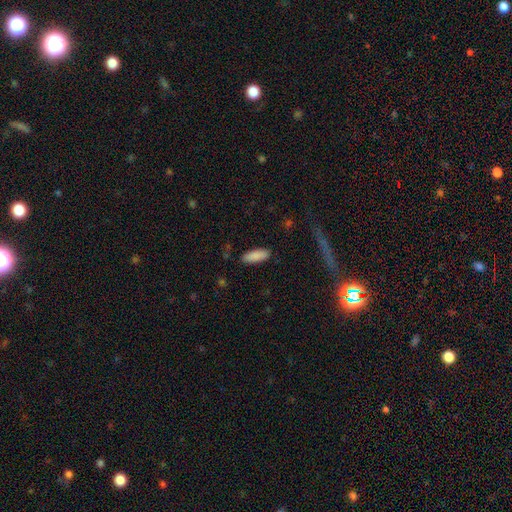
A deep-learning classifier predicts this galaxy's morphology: Q: Smooth or featured?
A: smooth (89%); runner-up: star or artifact (6%)
Q: How rounded?
A: in between (68%); runner-up: cigar-shaped (30%)
Q: Merging?
A: none (88%); runner-up: minor disturbance (9%)